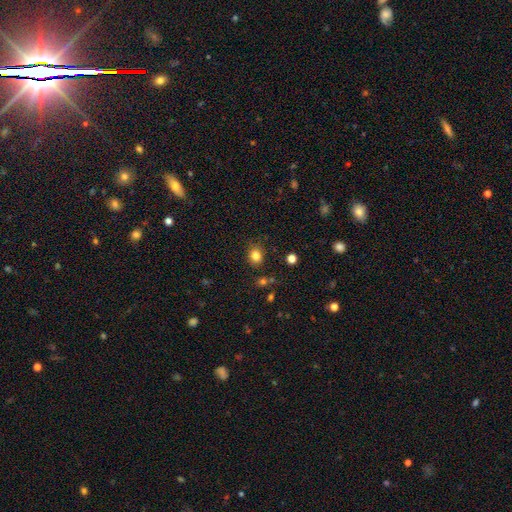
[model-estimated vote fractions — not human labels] Smooth or featured? Predicted: smooth (p=0.82). How rounded? Predicted: round (p=0.62). Merging? Predicted: none (p=0.81).